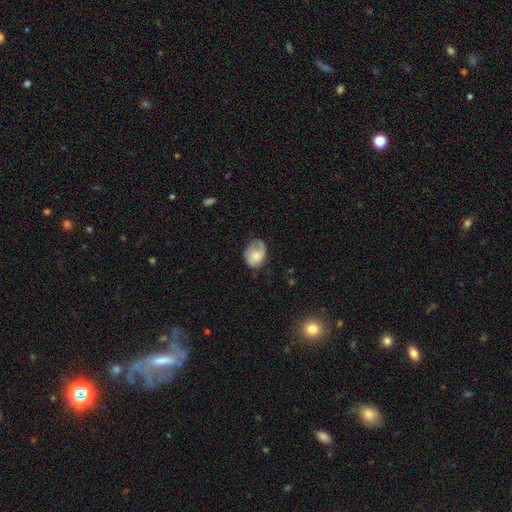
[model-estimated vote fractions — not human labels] Smooth or featured? Predicted: smooth (p=0.66). How rounded? Predicted: in between (p=0.69). Merging? Predicted: none (p=0.51).